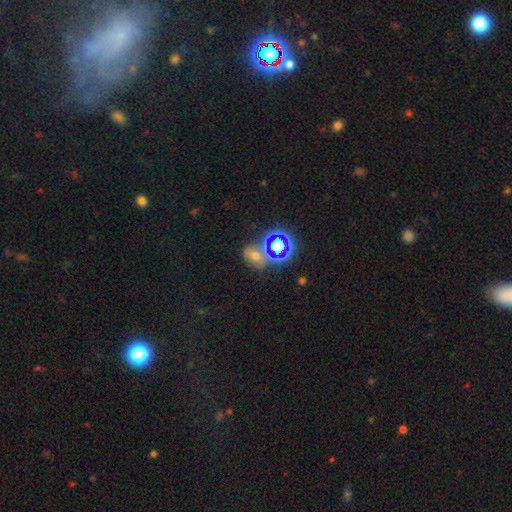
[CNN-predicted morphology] smooth 44%, star or artifact 39%, featured or disk 18%. Down the decision tree: merging — none (47%).